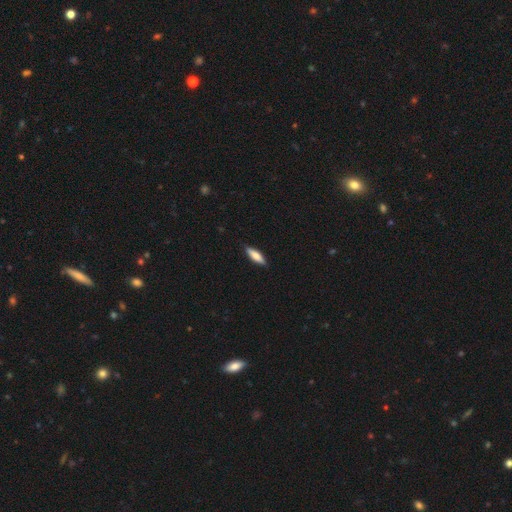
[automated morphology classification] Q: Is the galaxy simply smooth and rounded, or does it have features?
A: smooth — 75%.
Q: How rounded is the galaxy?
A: cigar-shaped — 55%.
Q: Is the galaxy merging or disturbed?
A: none — 87%.